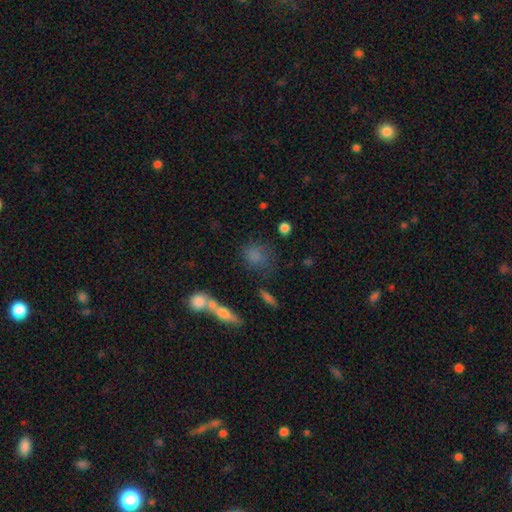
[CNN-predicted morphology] A smooth galaxy with no disk features (72%) that is round (57%). Merging: none (55%).